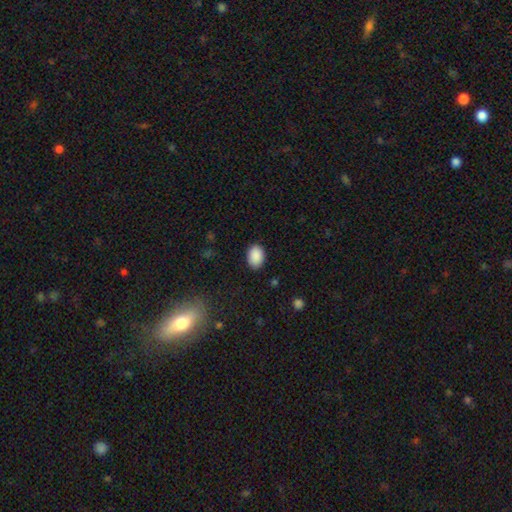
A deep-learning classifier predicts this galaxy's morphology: smooth_or_featured: smooth (p=0.90) [alt: star or artifact p=0.07]
how_rounded: in between (p=0.80) [alt: round p=0.19]
merging: none (p=0.86) [alt: minor disturbance p=0.10]